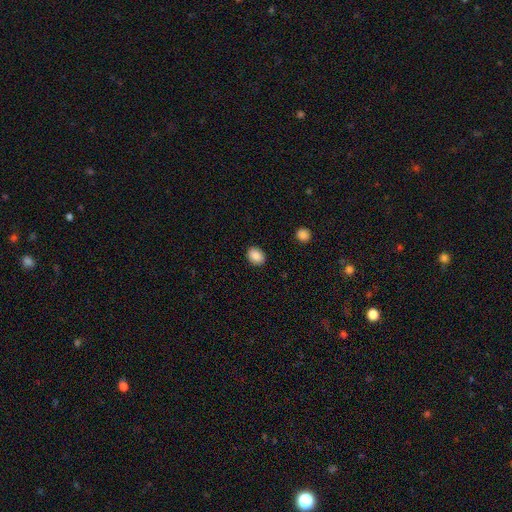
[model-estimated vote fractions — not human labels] Smooth or featured? smooth (89%)
How rounded? in between (66%)
Merging? none (89%)